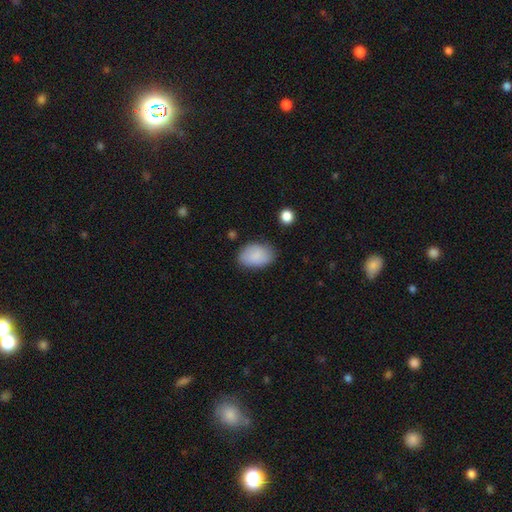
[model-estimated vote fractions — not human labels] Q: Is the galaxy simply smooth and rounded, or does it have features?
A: smooth — 86%.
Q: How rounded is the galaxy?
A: in between — 87%.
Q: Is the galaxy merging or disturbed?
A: none — 75%.